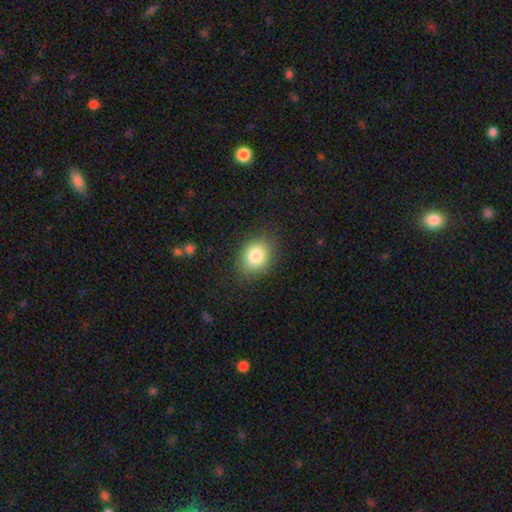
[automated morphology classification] This is clearly a smooth galaxy (83%). How rounded: possibly in between (59%). Merging: clearly none (85%).